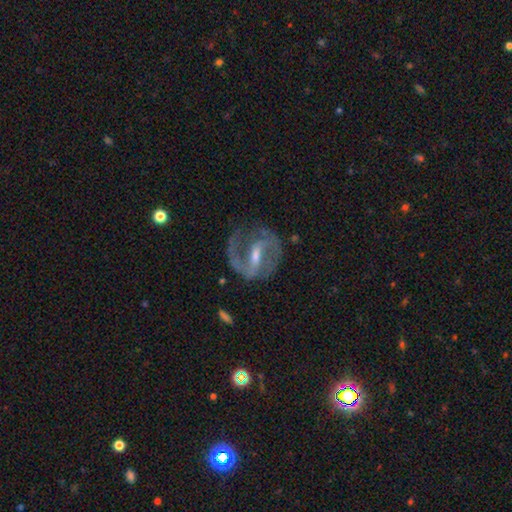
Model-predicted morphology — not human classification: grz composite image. It shows a featured or disk galaxy (88%) with a strong bar (52%), 2 (86%) medium (56%) spiral arms (94%) and a moderate central bulge (47%). Merging: none (71%).